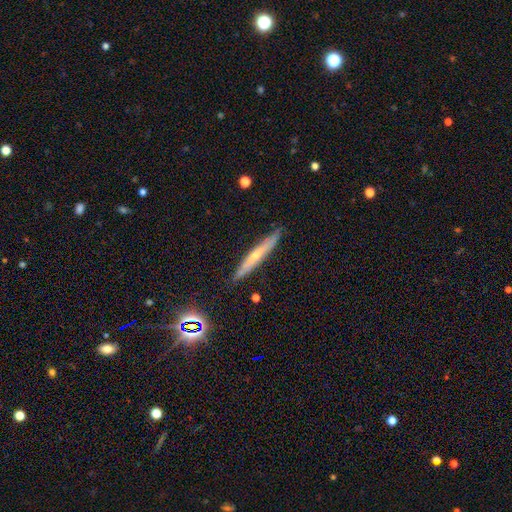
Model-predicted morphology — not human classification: smooth_or_featured: featured or disk (p=0.58) [alt: smooth p=0.34]
disk_edge_on: yes (p=0.91) [alt: no p=0.09]
edge_on_bulge: rounded (p=0.67) [alt: none p=0.30]
merging: none (p=0.84) [alt: minor disturbance p=0.12]